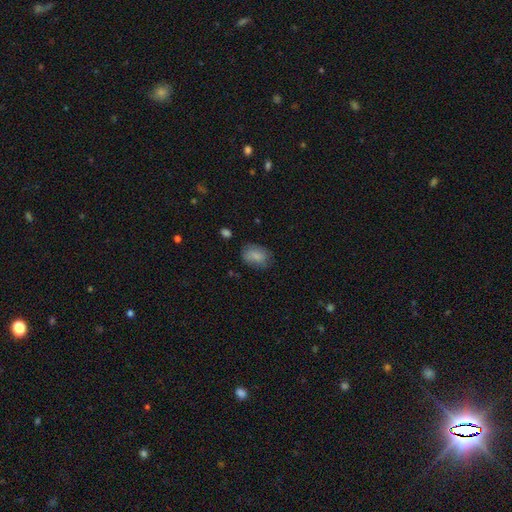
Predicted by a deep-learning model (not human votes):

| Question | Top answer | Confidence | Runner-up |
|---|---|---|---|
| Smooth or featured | smooth | 82% | featured or disk (10%) |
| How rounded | in between | 81% | round (18%) |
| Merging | none | 68% | minor disturbance (23%) |